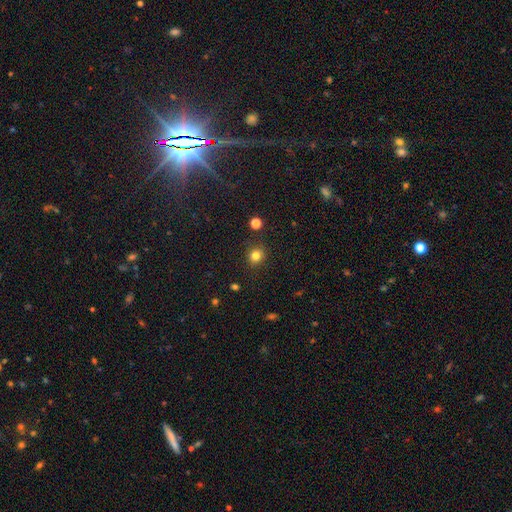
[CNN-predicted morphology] smooth_or_featured: smooth (p=0.81) [alt: star or artifact p=0.14]
how_rounded: round (p=0.84) [alt: in between p=0.15]
merging: none (p=0.88) [alt: minor disturbance p=0.08]